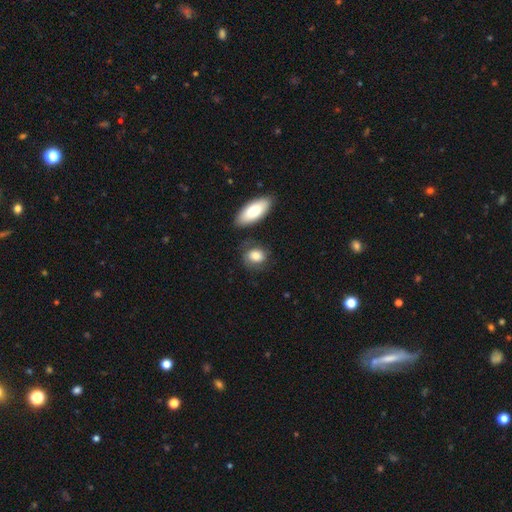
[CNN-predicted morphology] A smooth galaxy with no disk features (76%) that is in between round and cigar-shaped (52%).

Vote fractions:
- Smooth or featured? smooth: 76% / featured or disk: 17% / star or artifact: 7%
- How rounded? in between: 52% / round: 46% / cigar-shaped: 2%
- Merging? none: 62% / minor disturbance: 21% / major disturbance: 9% / merger: 8%